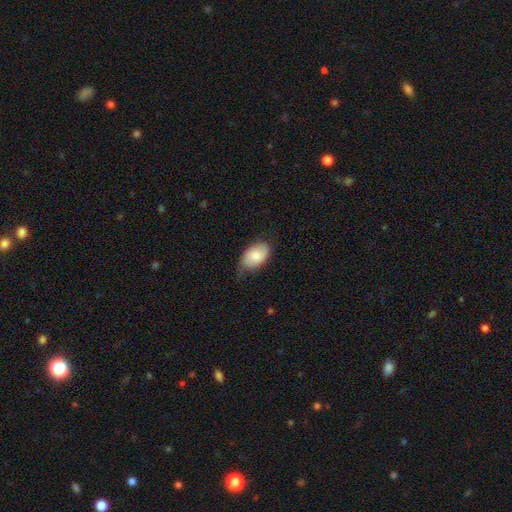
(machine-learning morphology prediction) Q: Smooth or featured?
A: smooth (78%); runner-up: featured or disk (16%)
Q: How rounded?
A: in between (91%); runner-up: round (7%)
Q: Merging?
A: none (57%); runner-up: minor disturbance (34%)